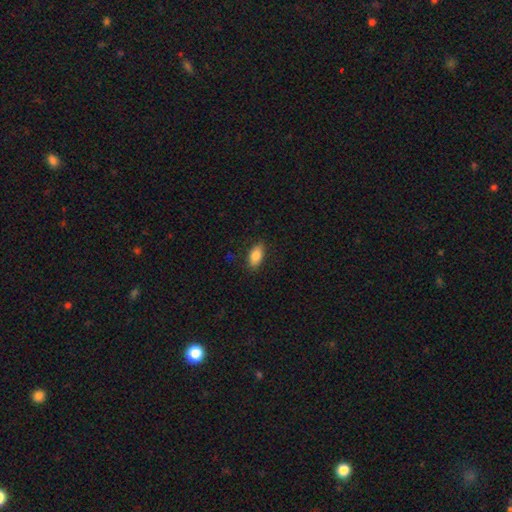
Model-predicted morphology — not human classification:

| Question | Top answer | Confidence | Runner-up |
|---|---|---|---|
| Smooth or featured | smooth | 82% | featured or disk (11%) |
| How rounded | in between | 87% | cigar-shaped (9%) |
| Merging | none | 85% | minor disturbance (12%) |